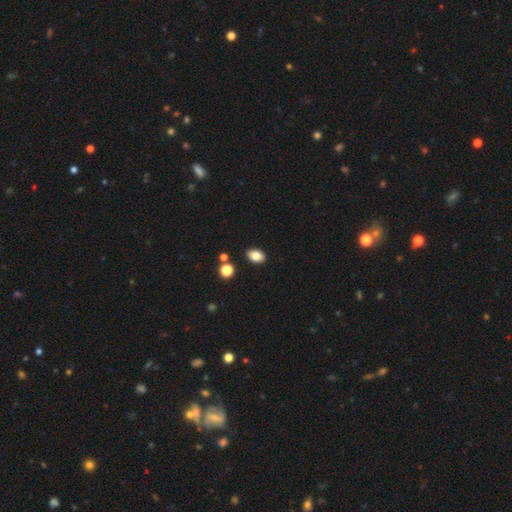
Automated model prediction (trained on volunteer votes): Smooth or featured? smooth (83%)
How rounded? in between (85%)
Merging? none (86%)